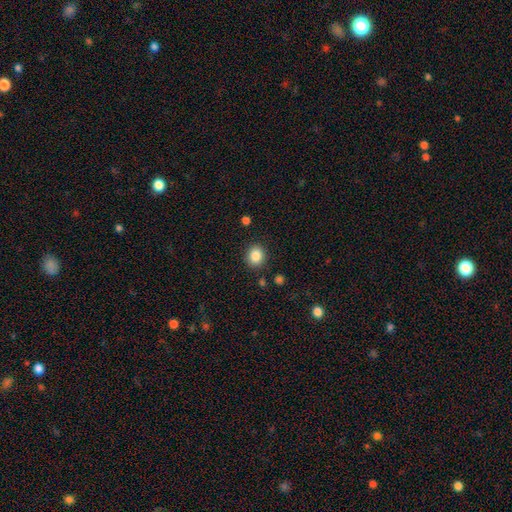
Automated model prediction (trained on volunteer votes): Overall: smooth (86%). How rounded: round (71%). Merging: none (88%).